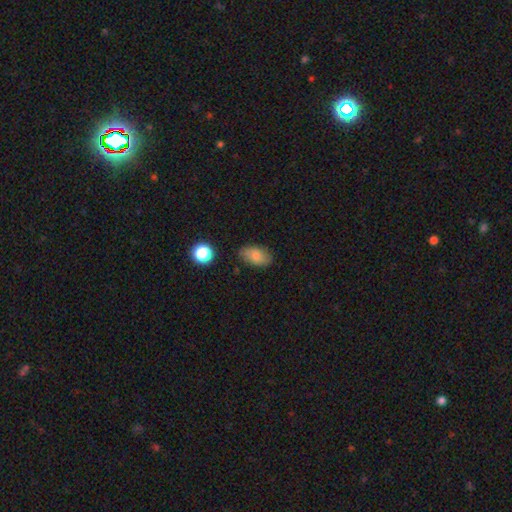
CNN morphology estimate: A smooth galaxy with no disk features (81%) that is in between round and cigar-shaped (91%).

Vote fractions:
- Smooth or featured? smooth: 81% / featured or disk: 11% / star or artifact: 9%
- How rounded? in between: 91% / round: 7% / cigar-shaped: 2%
- Merging? none: 80% / minor disturbance: 15% / major disturbance: 3% / merger: 2%